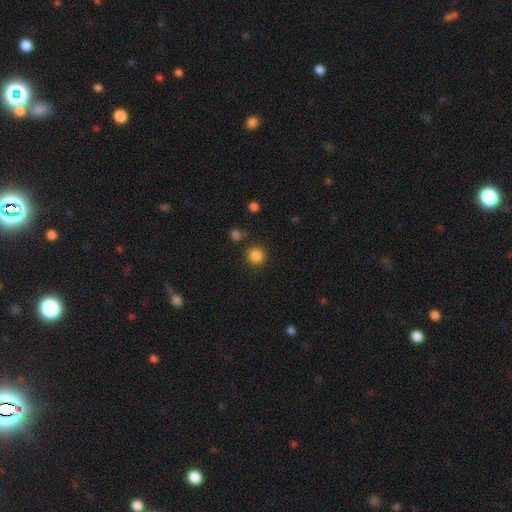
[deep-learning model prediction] Smooth or featured: smooth — 85% (star or artifact — 11%)
How rounded: round — 93% (in between — 6%)
Merging: none — 87% (minor disturbance — 7%)